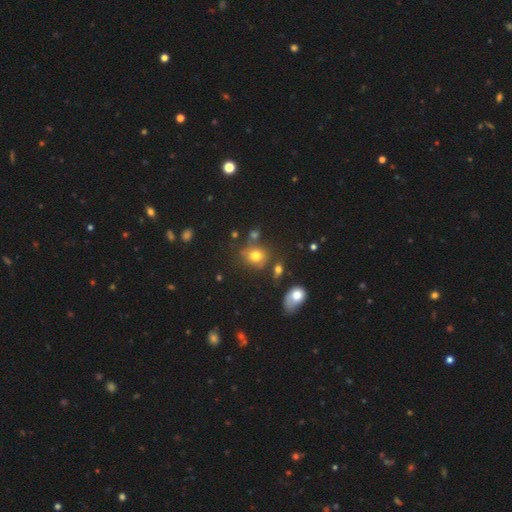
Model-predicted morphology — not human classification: This appears to be a smooth galaxy with no disk features (72%) that is round (69%). Merging: none (61%).